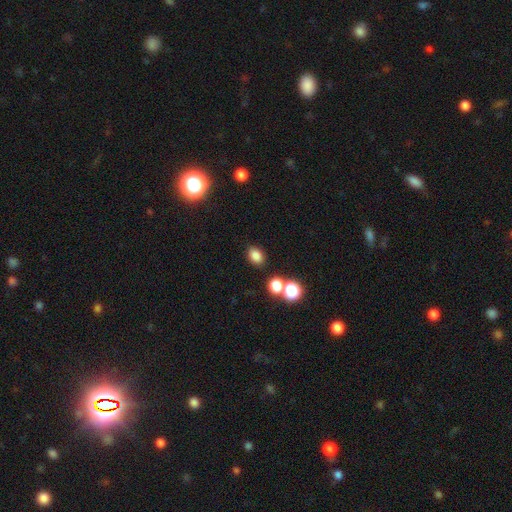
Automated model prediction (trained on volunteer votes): smooth 82%, star or artifact 14%, featured or disk 5%. Down the decision tree: how rounded — in between (66%); merging — none (81%).